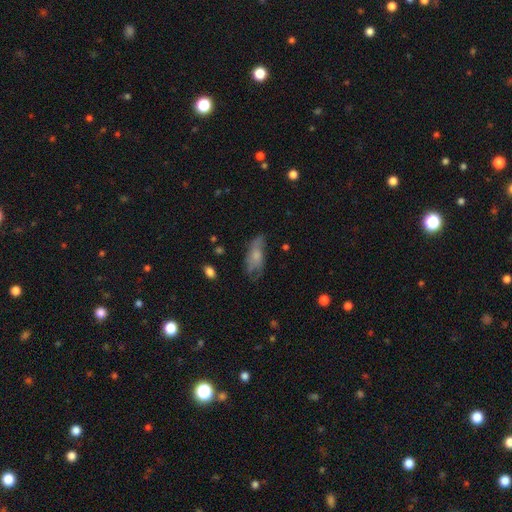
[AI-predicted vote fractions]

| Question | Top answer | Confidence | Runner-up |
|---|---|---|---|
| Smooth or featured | smooth | 54% | featured or disk (37%) |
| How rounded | in between | 77% | cigar-shaped (19%) |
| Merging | none | 46% | minor disturbance (31%) |